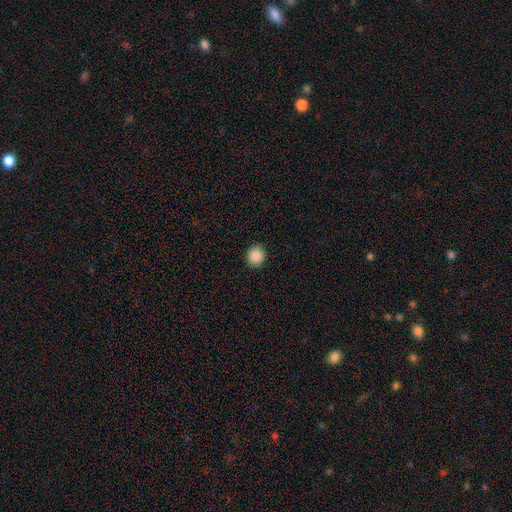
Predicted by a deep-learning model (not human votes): Smooth or featured?
  - smooth: 88% *
  - star or artifact: 9%
  - featured or disk: 3%
How rounded?
  - round: 85% *
  - in between: 14%
  - cigar-shaped: 1%
Merging?
  - none: 91% *
  - minor disturbance: 6%
  - major disturbance: 2%
  - merger: 1%